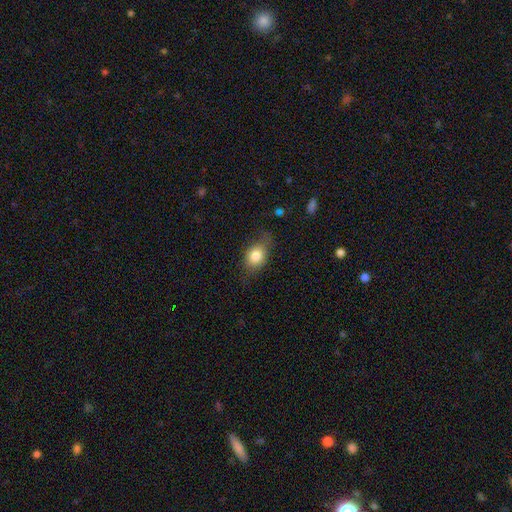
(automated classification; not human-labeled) This appears to be a smooth galaxy with no disk features (79%) that is in between round and cigar-shaped (67%). Merging: none (60%).